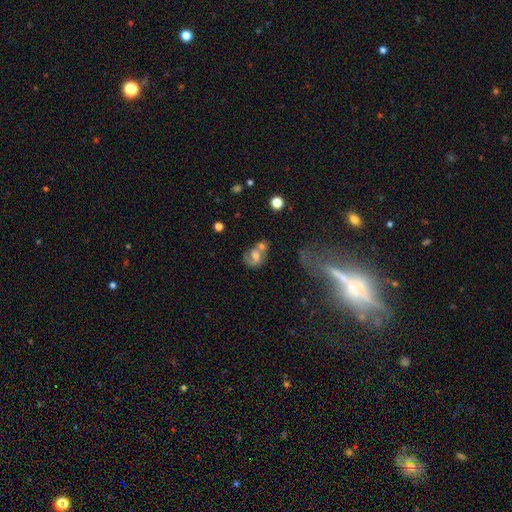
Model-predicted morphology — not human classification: smooth_or_featured: featured or disk (p=0.46) [alt: smooth p=0.43]
merging: merger (p=0.45) [alt: none p=0.28]